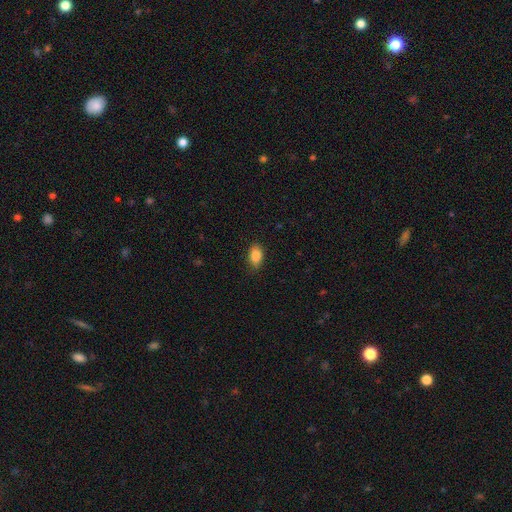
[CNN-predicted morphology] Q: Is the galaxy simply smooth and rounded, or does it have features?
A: smooth — 87%.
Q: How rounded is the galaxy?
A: in between — 89%.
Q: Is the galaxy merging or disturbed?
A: none — 86%.